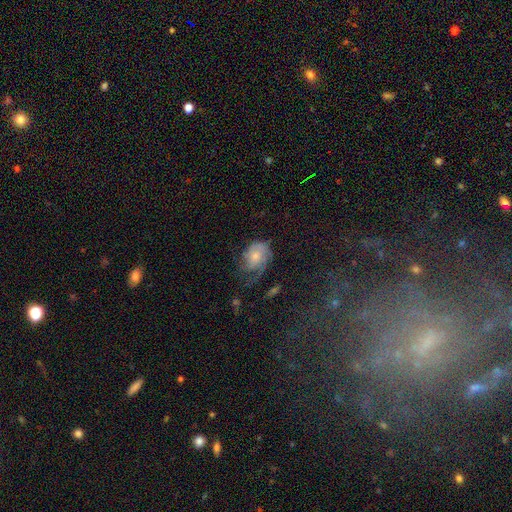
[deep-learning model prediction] Morphology: type=featured or disk (51%); edge-on=no (97%); merging=none (37%).